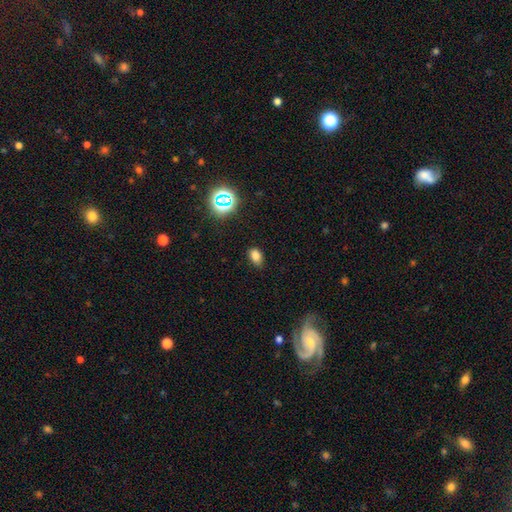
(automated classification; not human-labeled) Smooth or featured: smooth — 77% (star or artifact — 16%)
How rounded: in between — 83% (round — 16%)
Merging: none — 78% (minor disturbance — 17%)